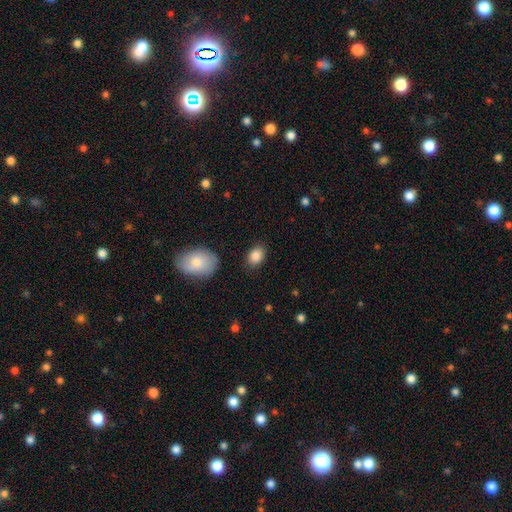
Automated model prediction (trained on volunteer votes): Morphology: type=smooth (87%); roundness=in between (77%); merging=none (85%).